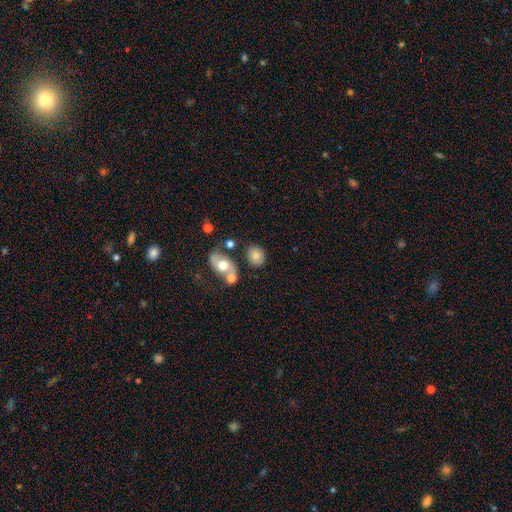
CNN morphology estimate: Q: Smooth or featured?
A: smooth (75%); runner-up: featured or disk (16%)
Q: How rounded?
A: round (55%); runner-up: in between (43%)
Q: Merging?
A: none (69%); runner-up: merger (14%)